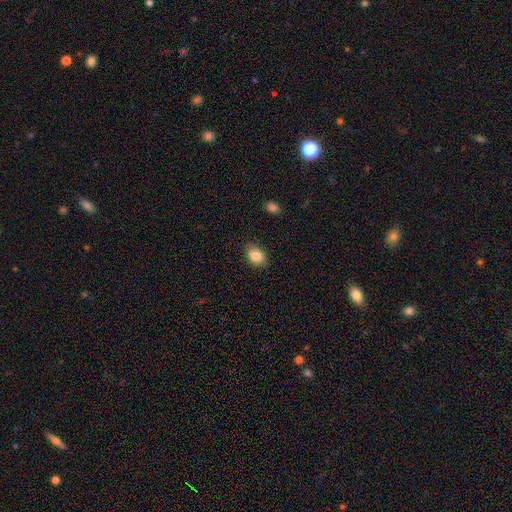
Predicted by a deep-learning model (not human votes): Overall: smooth (85%). How rounded: in between (78%). Merging: none (85%).